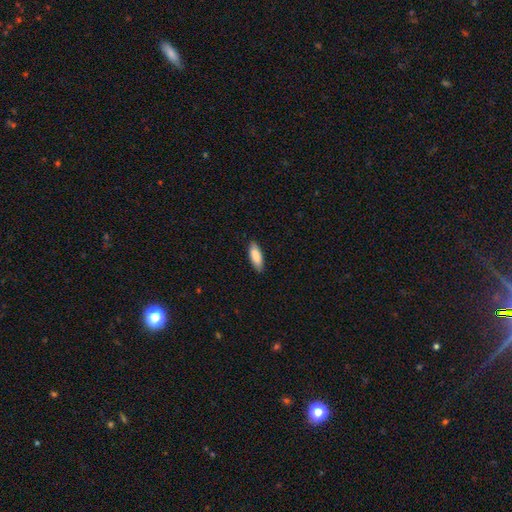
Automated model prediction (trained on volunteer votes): A smooth galaxy with no disk features (88%) that is in between round and cigar-shaped (70%).

Vote fractions:
- Smooth or featured? smooth: 88% / featured or disk: 6% / star or artifact: 5%
- How rounded? in between: 70% / cigar-shaped: 28% / round: 2%
- Merging? none: 86% / minor disturbance: 12% / major disturbance: 2% / merger: 1%